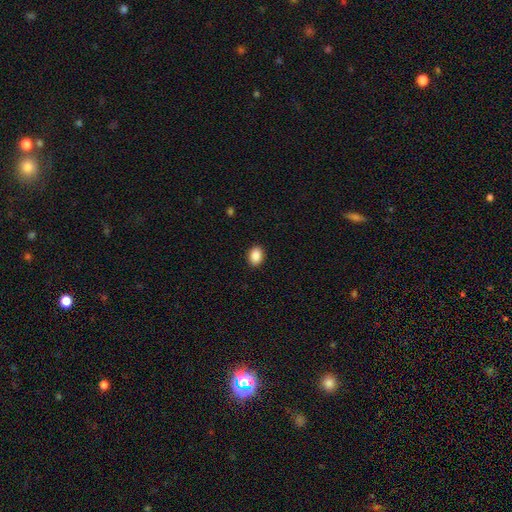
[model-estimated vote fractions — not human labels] Q: Smooth or featured?
A: smooth (89%); runner-up: star or artifact (8%)
Q: How rounded?
A: in between (71%); runner-up: round (28%)
Q: Merging?
A: none (91%); runner-up: minor disturbance (7%)